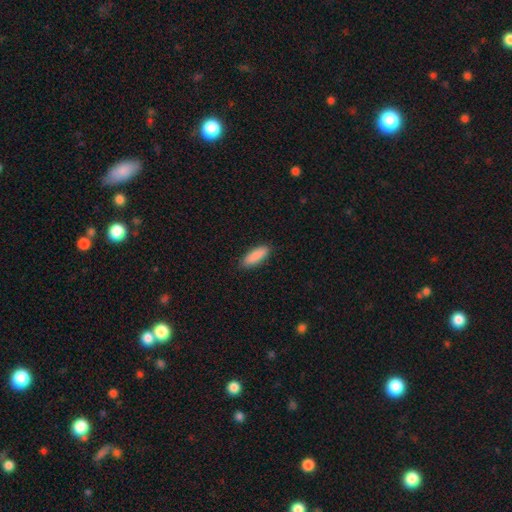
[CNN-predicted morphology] smooth_or_featured: smooth (p=0.90) [alt: star or artifact p=0.06]
how_rounded: in between (p=0.57) [alt: cigar-shaped p=0.41]
merging: none (p=0.89) [alt: minor disturbance p=0.08]